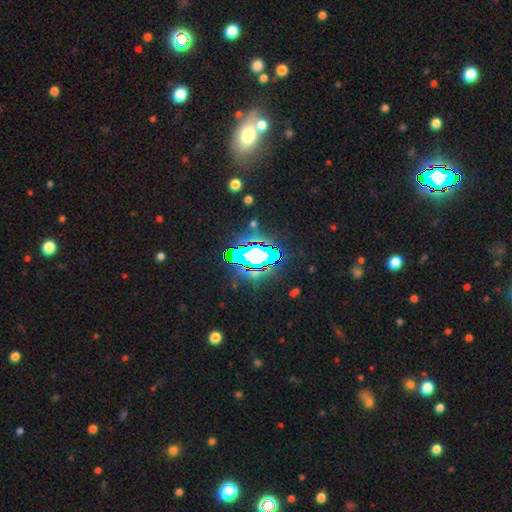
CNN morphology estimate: smooth_or_featured: star or artifact (p=0.66) [alt: smooth p=0.18]